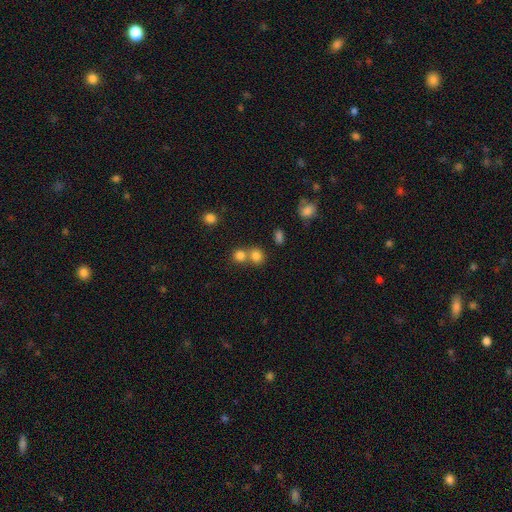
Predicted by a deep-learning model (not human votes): This is likely a smooth galaxy (79%). How rounded: likely round (78%). Merging: possibly none (47%).